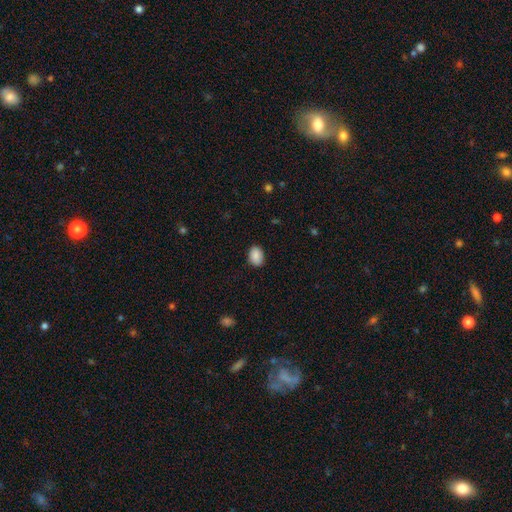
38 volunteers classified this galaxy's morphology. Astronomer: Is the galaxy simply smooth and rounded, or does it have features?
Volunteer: smooth — 95%.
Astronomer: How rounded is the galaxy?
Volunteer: in between — 69%.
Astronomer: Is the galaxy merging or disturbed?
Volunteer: none — 78%.